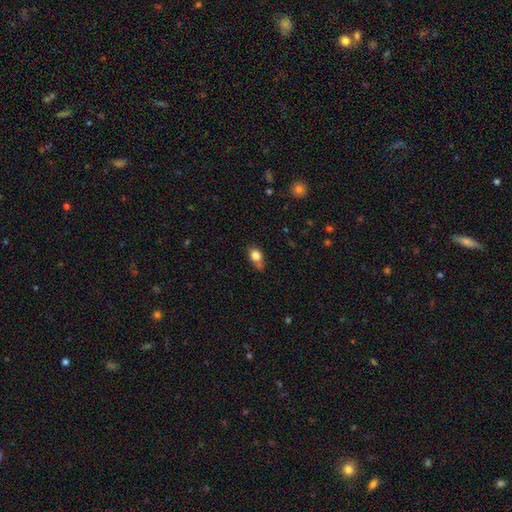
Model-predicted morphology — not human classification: Smooth or featured? Predicted: smooth (p=0.81). How rounded? Predicted: in between (p=0.59). Merging? Predicted: none (p=0.45).